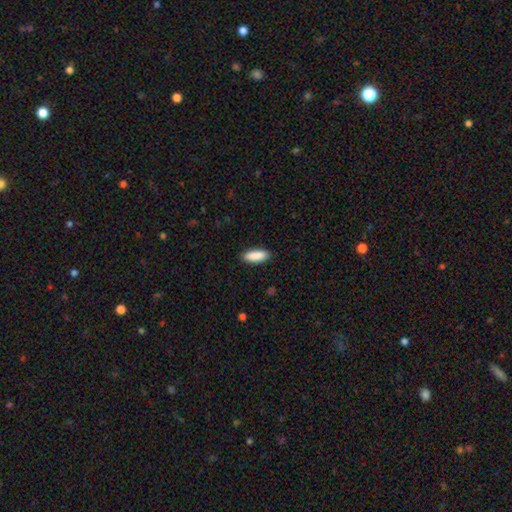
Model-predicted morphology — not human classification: Smooth or featured? smooth (90%)
How rounded? in between (65%)
Merging? none (89%)